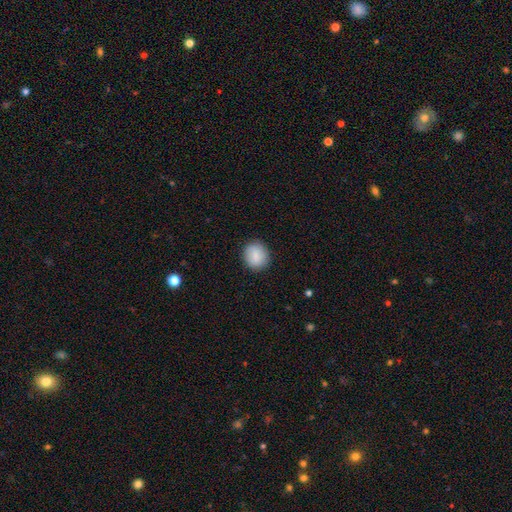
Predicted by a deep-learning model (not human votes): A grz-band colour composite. It shows a smooth galaxy with no disk features (86%) that is round (77%). Merging: none (88%).